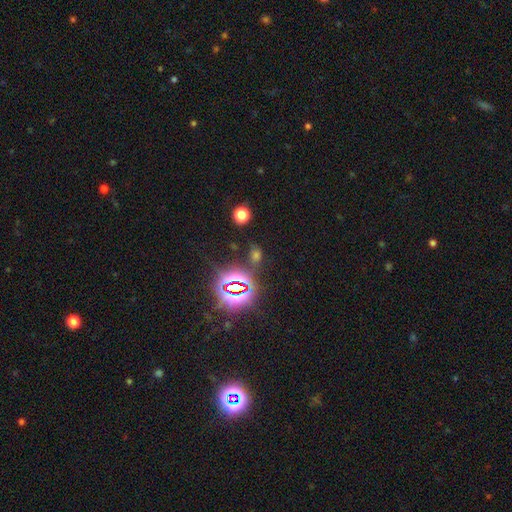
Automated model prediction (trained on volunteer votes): The model was most divided on "smooth or featured": star or artifact: 54%, smooth: 37%, featured or disk: 8%.